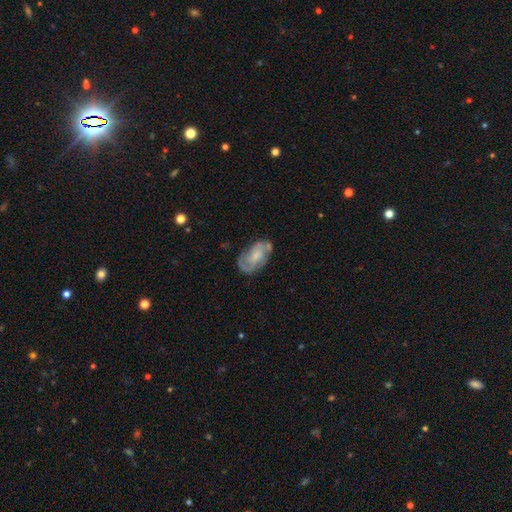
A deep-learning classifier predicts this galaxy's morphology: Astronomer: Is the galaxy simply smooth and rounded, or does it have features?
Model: featured or disk — 66%.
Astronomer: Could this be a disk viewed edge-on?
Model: no — 96%.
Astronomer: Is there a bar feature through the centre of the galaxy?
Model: no — 57% (runner-up: weak, 36%).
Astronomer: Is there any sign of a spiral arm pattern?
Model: yes — 83%.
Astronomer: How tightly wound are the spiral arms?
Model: medium — 45% (runner-up: tight, 33%).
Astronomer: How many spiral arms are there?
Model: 2 — 46% (runner-up: can't tell, 26%).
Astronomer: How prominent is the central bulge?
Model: small — 45% (runner-up: moderate, 33%).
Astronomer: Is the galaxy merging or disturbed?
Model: none — 59%.